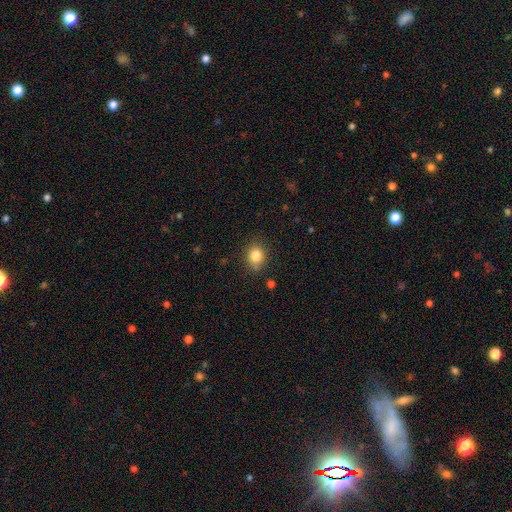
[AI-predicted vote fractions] Morphology: type=smooth (84%); roundness=round (67%); merging=none (82%).